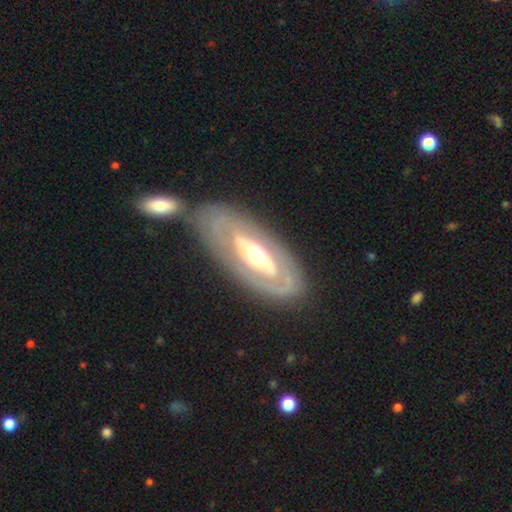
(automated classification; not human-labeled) Q: Smooth or featured?
A: featured or disk (76%); runner-up: smooth (19%)
Q: Edge-on disk?
A: no (87%); runner-up: yes (13%)
Q: Bar?
A: no (59%); runner-up: strong (21%)
Q: Spiral arms?
A: no (59%); runner-up: yes (41%)
Q: Bulge size?
A: moderate (67%); runner-up: large (23%)
Q: Merging?
A: none (73%); runner-up: minor disturbance (14%)